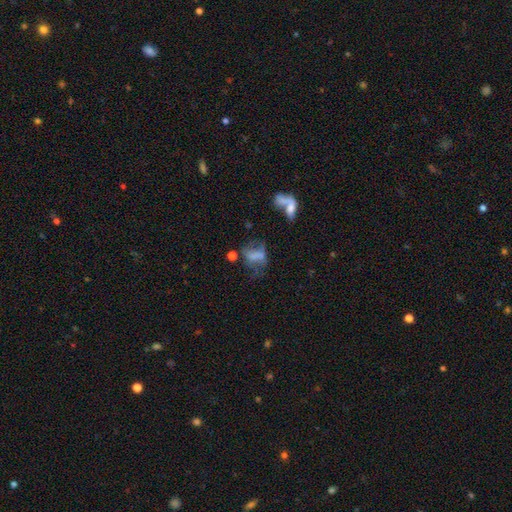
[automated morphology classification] smooth 47%, featured or disk 37%, star or artifact 16%. Down the decision tree: merging — major disturbance (37%).